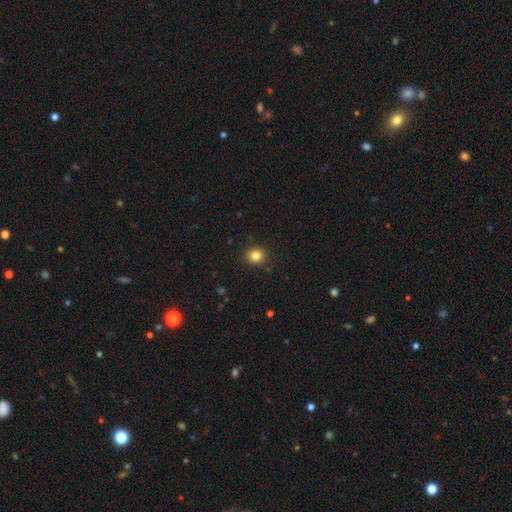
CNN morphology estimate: This is clearly a smooth galaxy (83%). How rounded: clearly round (80%). Merging: clearly none (90%).